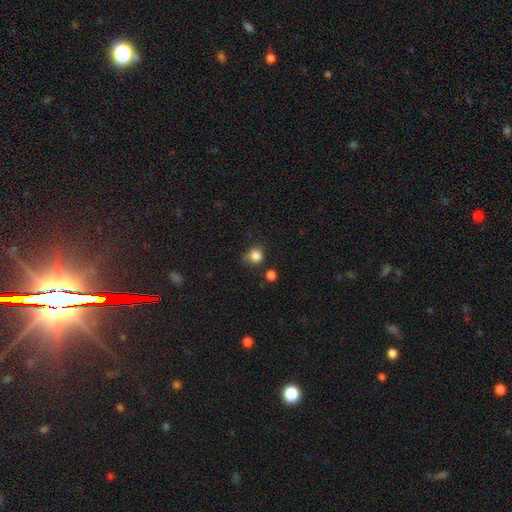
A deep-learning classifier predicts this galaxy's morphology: type=smooth (84%); roundness=round (83%); merging=none (62%).